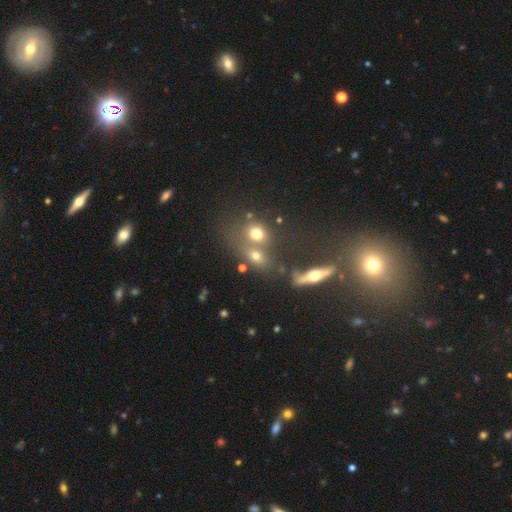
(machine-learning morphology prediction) Smooth or featured? Predicted: smooth (p=0.60). How rounded? Predicted: round (p=0.47). Merging? Predicted: none (p=0.45).